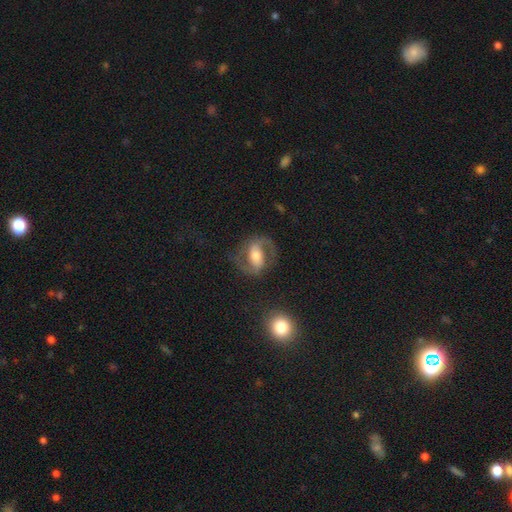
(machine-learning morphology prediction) A featured or disk galaxy (81%) with a strong bar (45%), 2 (92%) medium (56%) spiral arms (93%) and a moderate central bulge (63%). Merging: none (75%).